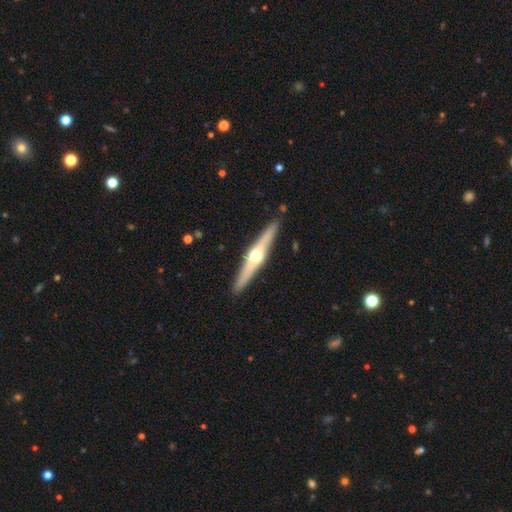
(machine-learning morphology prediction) Q: Smooth or featured?
A: featured or disk (72%); runner-up: smooth (23%)
Q: Edge-on disk?
A: yes (97%); runner-up: no (3%)
Q: Edge-on bulge?
A: rounded (95%); runner-up: boxy (3%)
Q: Merging?
A: none (91%); runner-up: minor disturbance (7%)